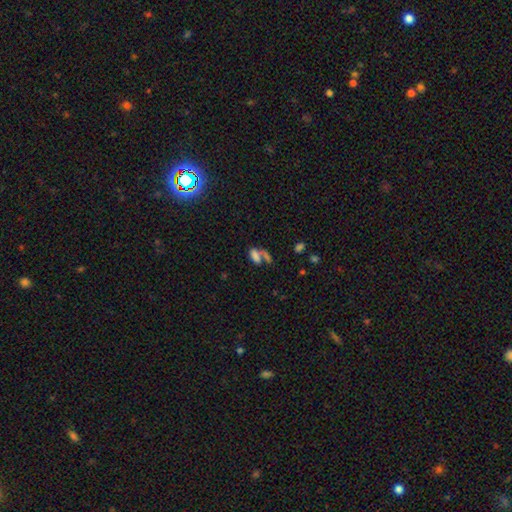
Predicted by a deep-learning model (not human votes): This appears to be a smooth galaxy with no disk features (68%) that is in between round and cigar-shaped (79%). Merging: merger (53%).